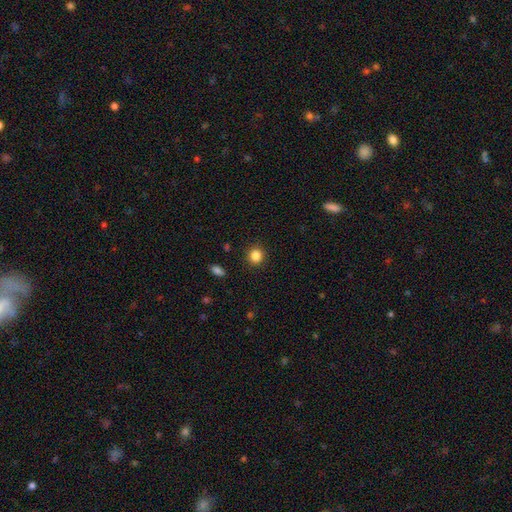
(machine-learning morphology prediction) Overall: smooth (85%). How rounded: round (88%). Merging: none (90%).